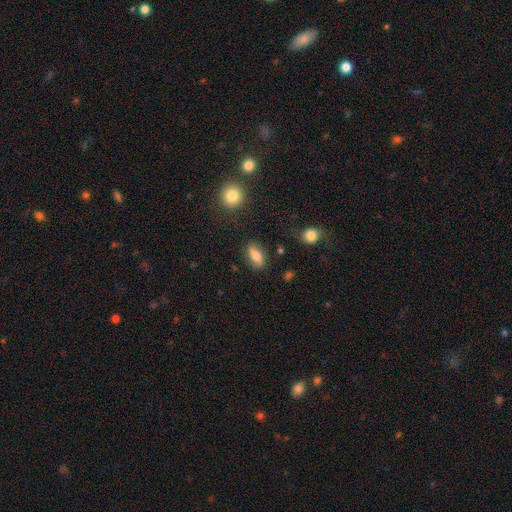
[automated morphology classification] A smooth galaxy with no disk features (72%) that is in between round and cigar-shaped (83%).

Vote fractions:
- Smooth or featured? smooth: 72% / featured or disk: 20% / star or artifact: 8%
- How rounded? in between: 83% / cigar-shaped: 11% / round: 6%
- Merging? none: 79% / minor disturbance: 14% / major disturbance: 4% / merger: 2%